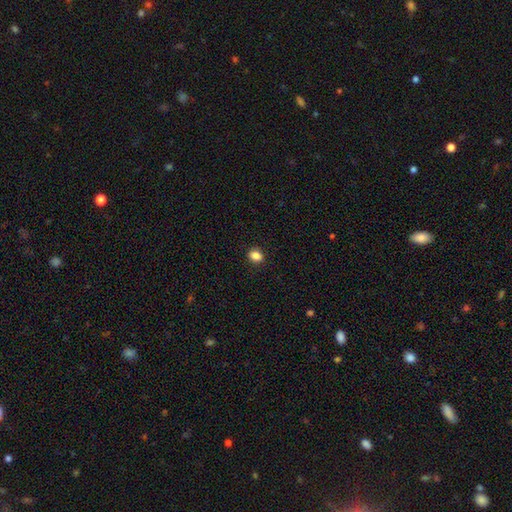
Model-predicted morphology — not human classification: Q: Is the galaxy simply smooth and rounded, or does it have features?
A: smooth — 86%.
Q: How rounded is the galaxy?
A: in between — 50%.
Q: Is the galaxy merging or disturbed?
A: none — 90%.